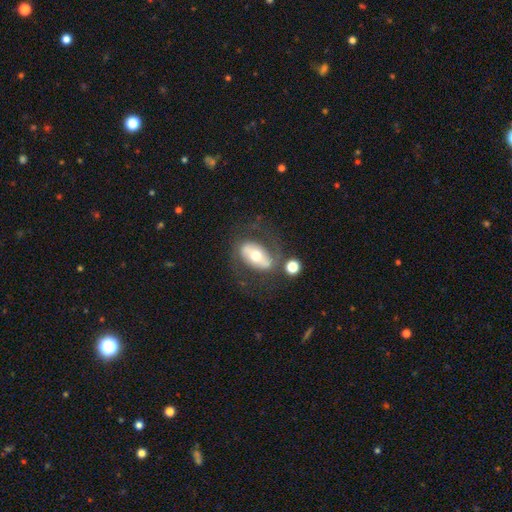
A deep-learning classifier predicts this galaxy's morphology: A featured or disk galaxy (62%) with a strong bar (42%), spiral arms (53%) and a moderate central bulge (70%).

Vote fractions:
- Smooth or featured? featured or disk: 62% / smooth: 31% / star or artifact: 7%
- Edge-on disk? no: 90% / yes: 10%
- Bar? strong: 42% / no: 34% / weak: 23%
- Spiral arms? yes: 53% / no: 47%
- Bulge size? moderate: 70% / small: 18% / large: 9% / dominant: 2% / none: 1%
- Merging? none: 59% / minor disturbance: 17% / major disturbance: 14% / merger: 10%